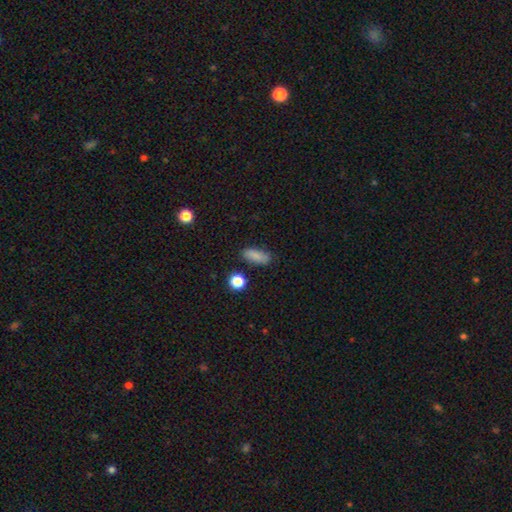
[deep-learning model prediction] A smooth galaxy with no disk features (83%) that is in between round and cigar-shaped (76%). Merging: none (79%).